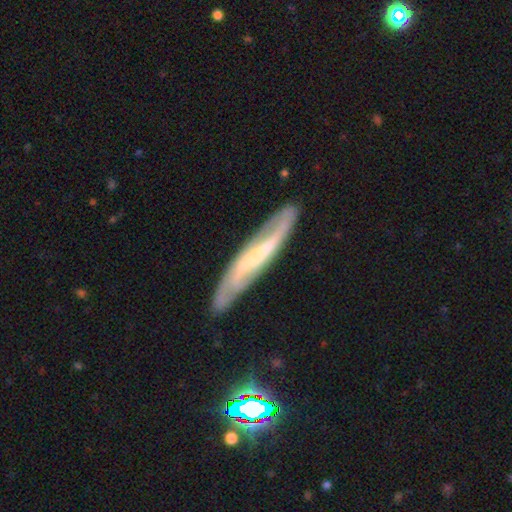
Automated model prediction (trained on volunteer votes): Smooth or featured? featured or disk (74%)
Edge-on disk? no (60%)
Merging? none (79%)